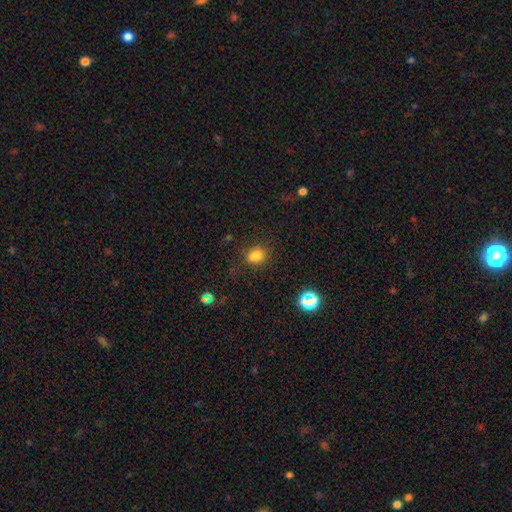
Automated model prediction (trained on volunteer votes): smooth-or-featured: smooth: 79% | star or artifact: 15% | featured or disk: 5%
  how-rounded: in between: 66% | round: 33% | cigar-shaped: 2%
  merging: none: 77% | minor disturbance: 15% | major disturbance: 6% | merger: 3%